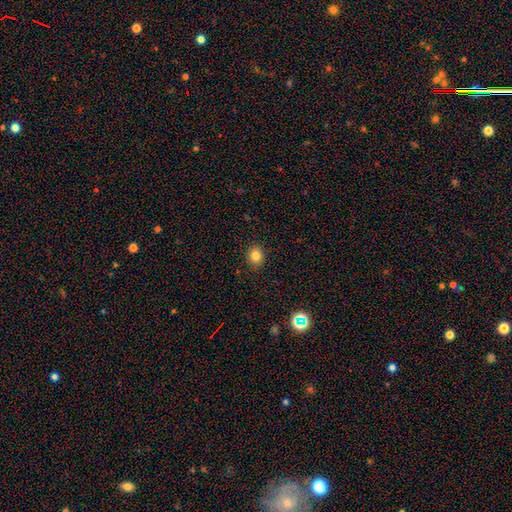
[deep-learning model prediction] Q: Smooth or featured?
A: smooth (81%); runner-up: star or artifact (13%)
Q: How rounded?
A: round (73%); runner-up: in between (26%)
Q: Merging?
A: none (90%); runner-up: minor disturbance (7%)